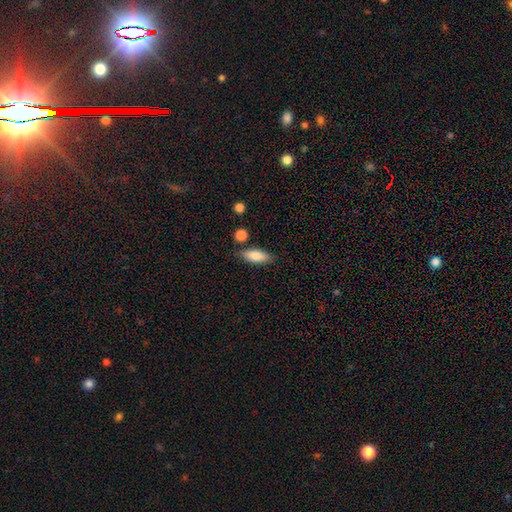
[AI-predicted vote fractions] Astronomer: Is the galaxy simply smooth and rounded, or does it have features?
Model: smooth — 82%.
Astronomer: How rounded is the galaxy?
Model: in between — 68%.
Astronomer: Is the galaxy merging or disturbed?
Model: none — 78%.